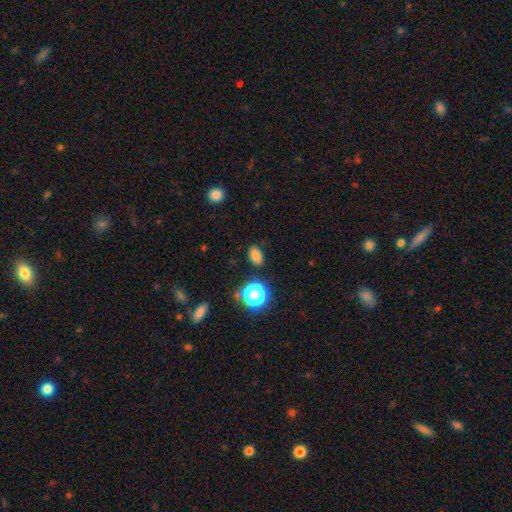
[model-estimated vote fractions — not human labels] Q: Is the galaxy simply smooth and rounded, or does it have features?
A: smooth — 78%.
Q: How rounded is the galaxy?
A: in between — 81%.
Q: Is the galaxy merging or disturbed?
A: none — 83%.